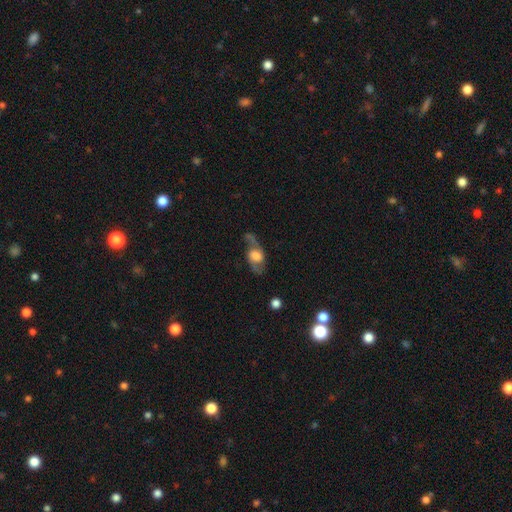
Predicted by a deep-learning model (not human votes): A featured or disk galaxy (63%) with no bar (59%), spiral arms (80%) and a large central bulge (53%).

Vote fractions:
- Smooth or featured? featured or disk: 63% / smooth: 29% / star or artifact: 8%
- Edge-on disk? no: 84% / yes: 16%
- Bar? no: 59% / weak: 32% / strong: 9%
- Spiral arms? yes: 80% / no: 20%
- Bulge size? large: 53% / moderate: 20% / dominant: 13% / small: 7% / none: 7%
- Merging? none: 54% / minor disturbance: 21% / major disturbance: 20% / merger: 5%